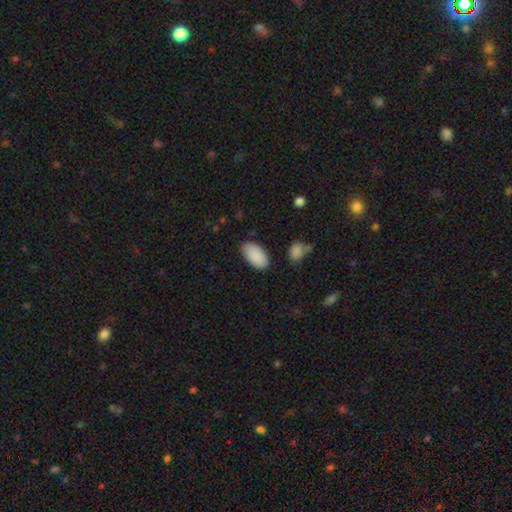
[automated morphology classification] A smooth galaxy with no disk features (90%) that is in between round and cigar-shaped (95%). Merging: none (83%).